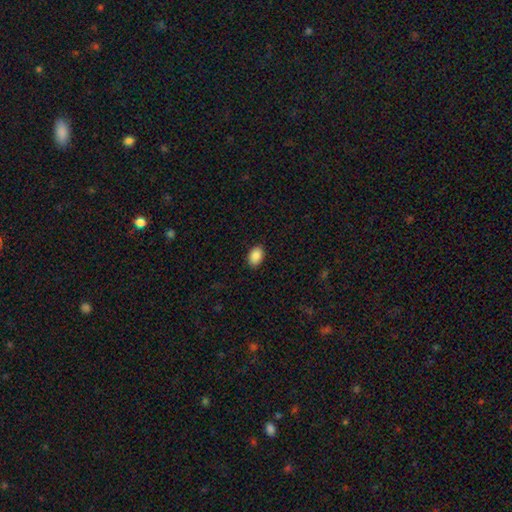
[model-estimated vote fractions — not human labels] The model was most divided on "how rounded": in between: 86%, round: 13%, cigar-shaped: 1%. More confident: smooth or featured — smooth (90%); merging — none (89%).